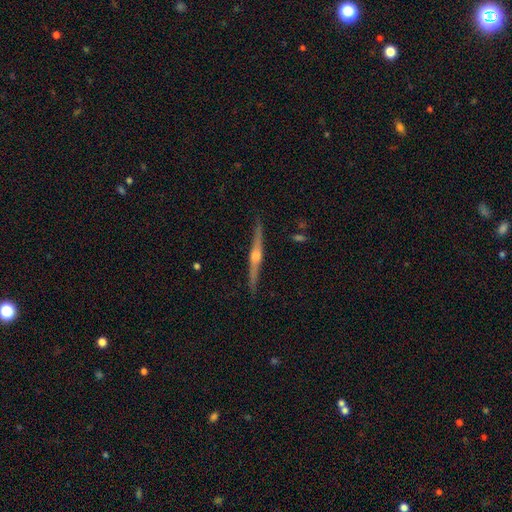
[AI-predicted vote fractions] Smooth or featured: featured or disk — 86% (smooth — 9%)
Edge-on disk: yes — 98% (no — 2%)
Edge-on bulge: rounded — 90% (boxy — 6%)
Merging: none — 91% (minor disturbance — 6%)